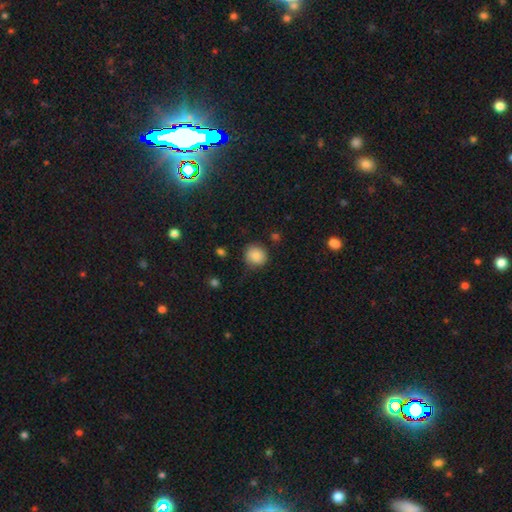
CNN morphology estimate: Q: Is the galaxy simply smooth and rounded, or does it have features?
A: smooth — 87%.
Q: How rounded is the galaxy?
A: round — 85%.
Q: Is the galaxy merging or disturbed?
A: none — 81%.